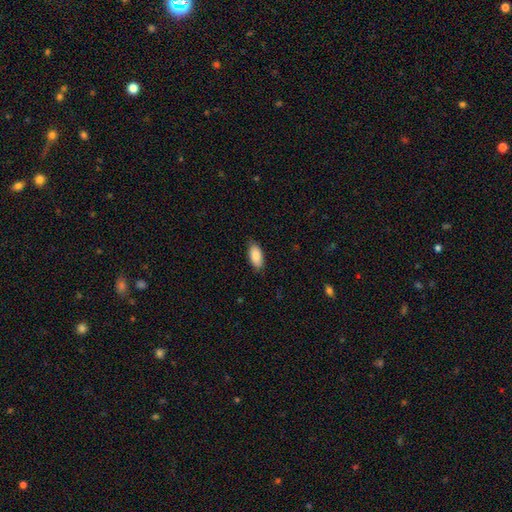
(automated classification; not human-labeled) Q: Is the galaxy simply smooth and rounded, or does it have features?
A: smooth — 88%.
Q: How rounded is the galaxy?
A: in between — 90%.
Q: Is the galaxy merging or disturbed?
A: none — 83%.